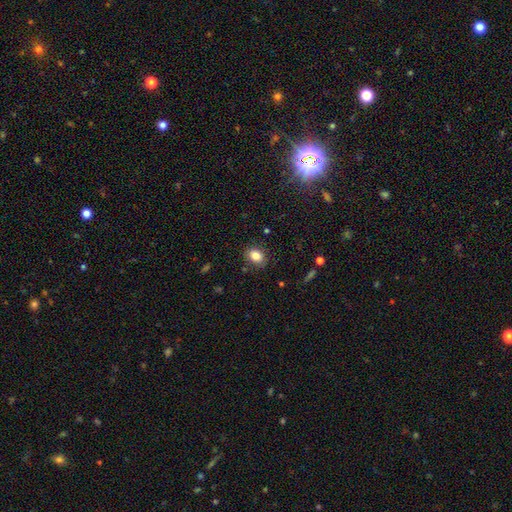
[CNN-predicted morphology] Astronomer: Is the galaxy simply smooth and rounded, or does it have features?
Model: smooth — 83%.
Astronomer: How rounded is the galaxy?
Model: in between — 63%.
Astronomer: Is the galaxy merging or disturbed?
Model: none — 84%.